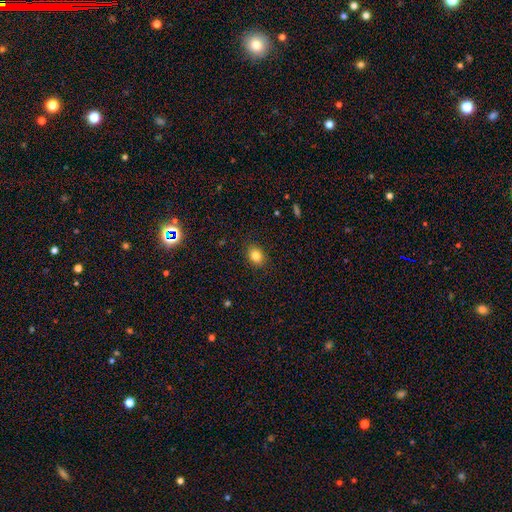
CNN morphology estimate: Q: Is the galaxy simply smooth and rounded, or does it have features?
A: smooth — 83%.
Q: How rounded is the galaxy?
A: in between — 56%.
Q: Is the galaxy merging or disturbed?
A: none — 89%.